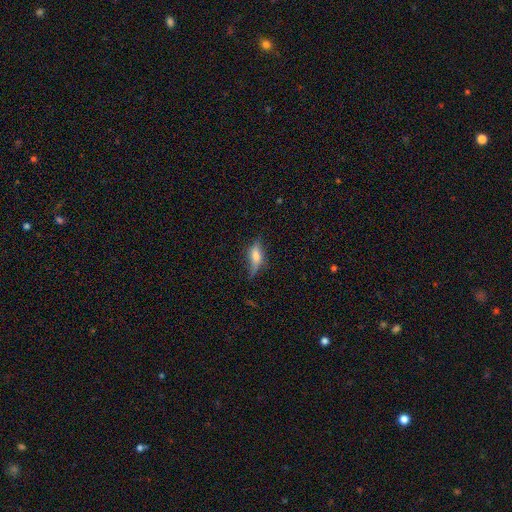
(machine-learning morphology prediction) Smooth or featured?
  - smooth: 60% *
  - featured or disk: 31%
  - star or artifact: 9%
How rounded?
  - in between: 64% *
  - cigar-shaped: 32%
  - round: 4%
Merging?
  - none: 49% *
  - minor disturbance: 34%
  - major disturbance: 14%
  - merger: 3%